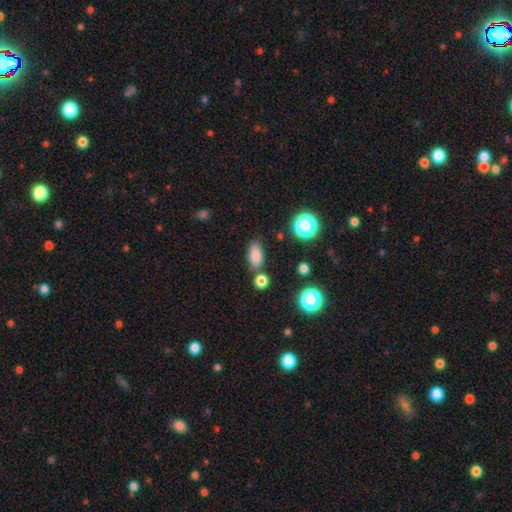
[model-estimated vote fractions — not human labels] A smooth galaxy with no disk features (82%) that is in between round and cigar-shaped (84%).

Vote fractions:
- Smooth or featured? smooth: 82% / star or artifact: 11% / featured or disk: 6%
- How rounded? in between: 84% / round: 8% / cigar-shaped: 7%
- Merging? none: 73% / minor disturbance: 13% / merger: 10% / major disturbance: 4%